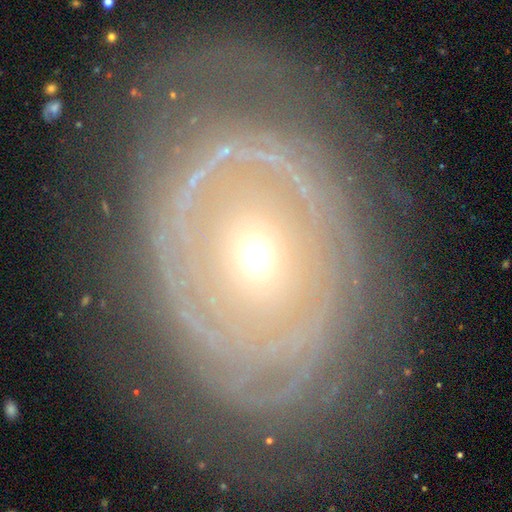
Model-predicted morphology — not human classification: featured or disk 78%, smooth 15%, star or artifact 6%. Down the decision tree: edge-on disk — no (95%); bar — no (79%); spiral arms — yes (65%); bulge size — small (55%); merging — none (77%).